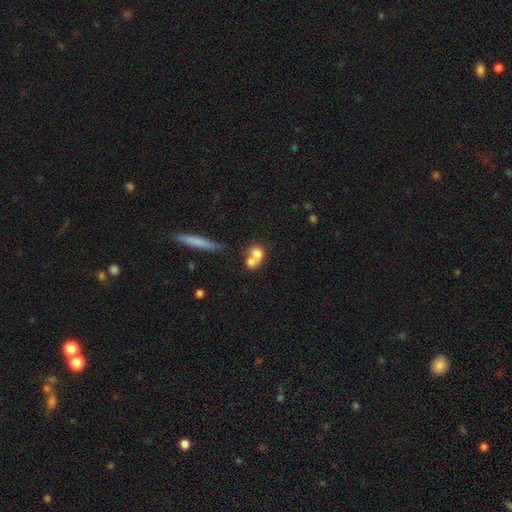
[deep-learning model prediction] Smooth or featured?
  - smooth: 69% *
  - featured or disk: 21%
  - star or artifact: 10%
How rounded?
  - round: 53% *
  - in between: 44%
  - cigar-shaped: 4%
Merging?
  - merger: 63% *
  - none: 24%
  - minor disturbance: 7%
  - major disturbance: 5%